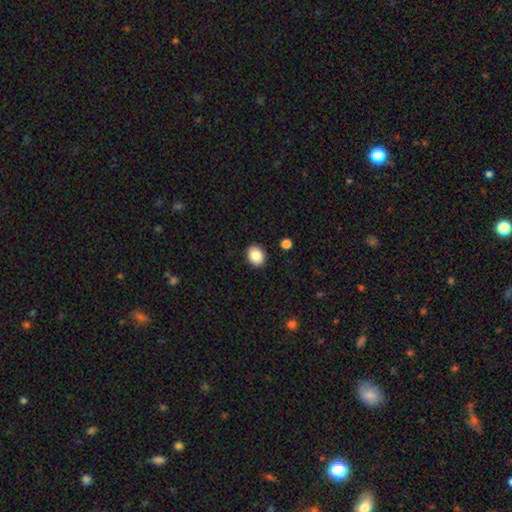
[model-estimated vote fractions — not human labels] smooth-or-featured: smooth: 87% | star or artifact: 8% | featured or disk: 5%
  how-rounded: in between: 52% | round: 47% | cigar-shaped: 1%
  merging: none: 90% | minor disturbance: 7% | major disturbance: 2% | merger: 1%